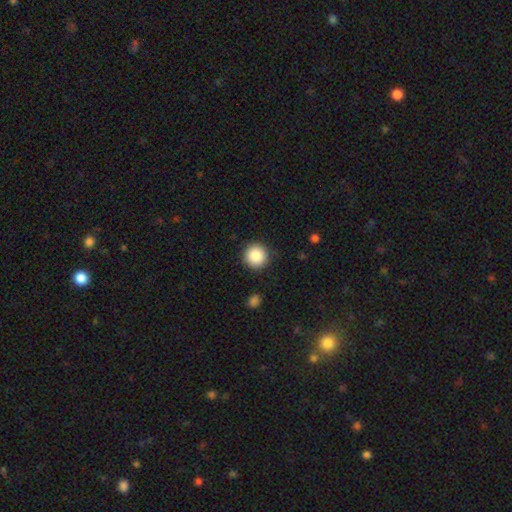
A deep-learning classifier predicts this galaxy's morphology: smooth-or-featured: smooth: 87% | star or artifact: 9% | featured or disk: 4%
  how-rounded: round: 95% | in between: 4% | cigar-shaped: 1%
  merging: none: 90% | minor disturbance: 7% | major disturbance: 2% | merger: 1%